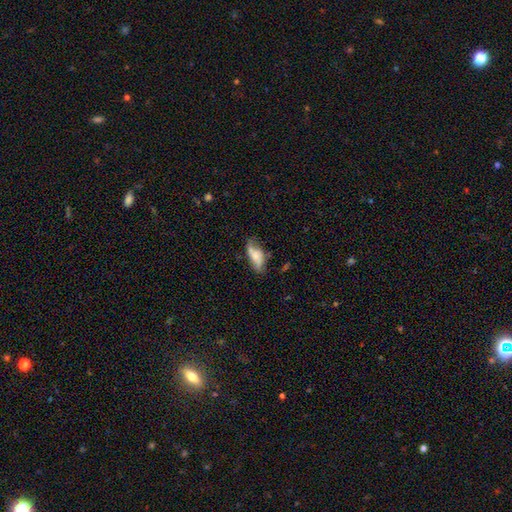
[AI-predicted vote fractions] smooth-or-featured: smooth: 57% | featured or disk: 35% | star or artifact: 8%
  how-rounded: in between: 78% | cigar-shaped: 19% | round: 3%
  merging: none: 47% | minor disturbance: 31% | major disturbance: 17% | merger: 5%